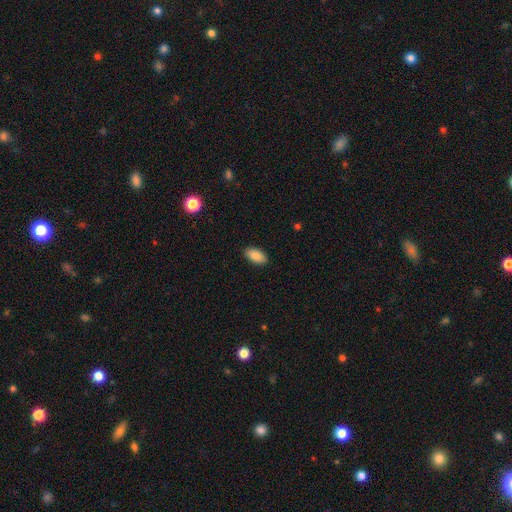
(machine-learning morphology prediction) Smooth or featured? Predicted: smooth (p=0.87). How rounded? Predicted: in between (p=0.94). Merging? Predicted: none (p=0.89).